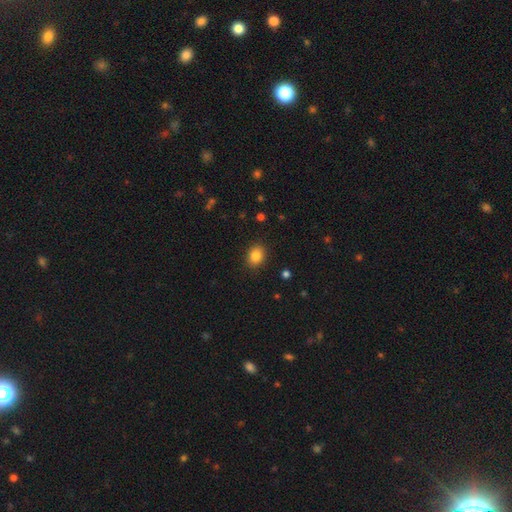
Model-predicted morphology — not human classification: smooth_or_featured: smooth (p=0.84) [alt: star or artifact p=0.10]
how_rounded: in between (p=0.50) [alt: round p=0.49]
merging: none (p=0.89) [alt: minor disturbance p=0.07]